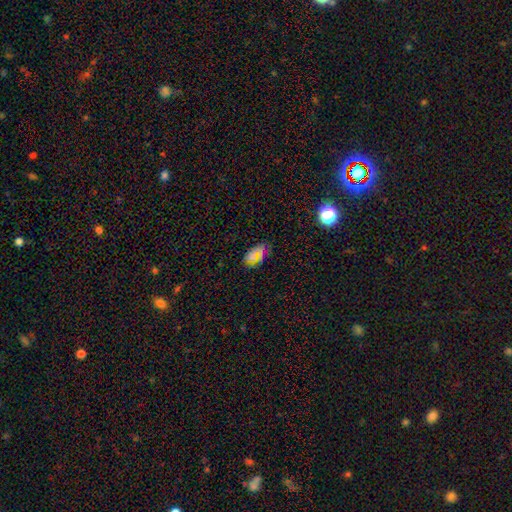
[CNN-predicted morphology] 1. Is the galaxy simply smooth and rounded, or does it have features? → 64% smooth, 27% star or artifact, 9% featured or disk.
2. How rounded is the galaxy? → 89% in between, 7% round, 4% cigar-shaped.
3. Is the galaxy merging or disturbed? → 77% none, 16% minor disturbance, 5% major disturbance, 2% merger.